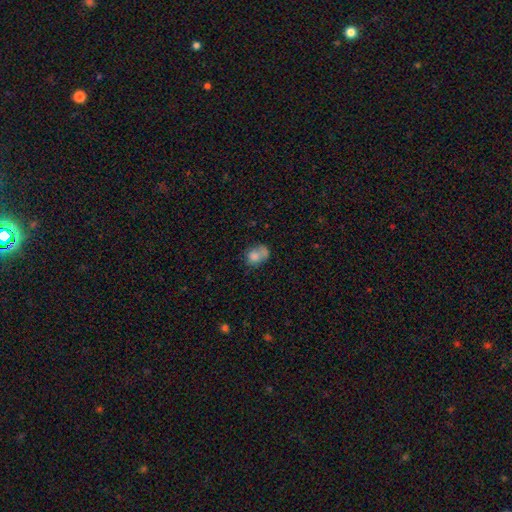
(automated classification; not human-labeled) smooth-or-featured: smooth: 74% | featured or disk: 16% | star or artifact: 10%
  how-rounded: in between: 56% | round: 43% | cigar-shaped: 1%
  merging: none: 34% | merger: 27% | minor disturbance: 22% | major disturbance: 17%